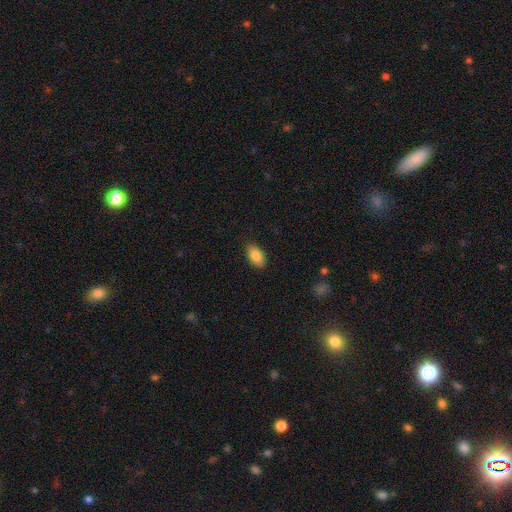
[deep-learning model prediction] smooth 86%, featured or disk 7%, star or artifact 7%. Down the decision tree: how rounded — in between (93%); merging — none (88%).